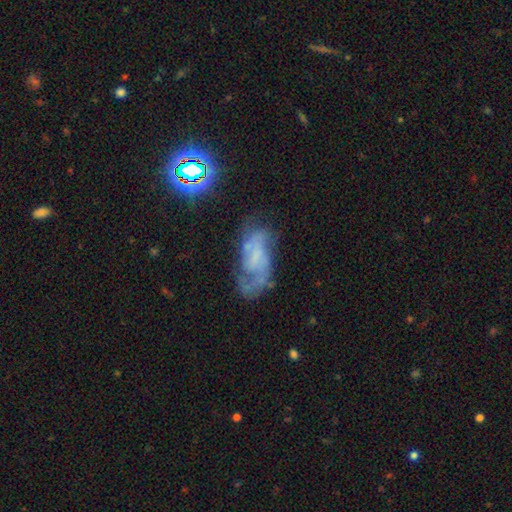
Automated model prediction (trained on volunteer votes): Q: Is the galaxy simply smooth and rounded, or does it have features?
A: featured or disk — 66%.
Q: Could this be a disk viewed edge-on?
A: no — 94%.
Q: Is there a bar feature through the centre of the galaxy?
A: no — 55%.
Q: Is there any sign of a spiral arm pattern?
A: yes — 80%.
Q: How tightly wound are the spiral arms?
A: medium — 42%.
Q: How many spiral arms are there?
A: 2 — 50%.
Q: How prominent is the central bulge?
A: none — 61%.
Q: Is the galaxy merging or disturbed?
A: none — 47%.